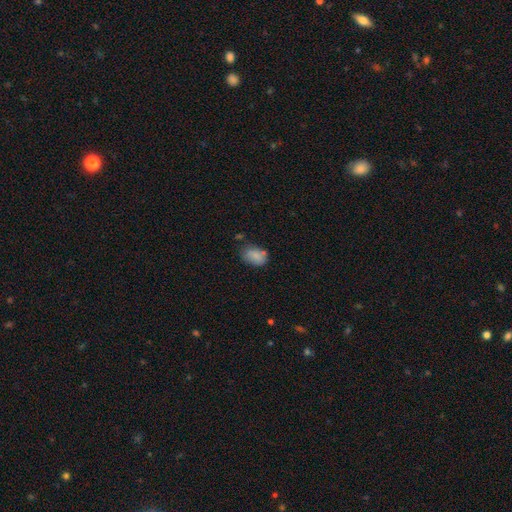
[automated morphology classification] This is clearly a smooth galaxy (82%). How rounded: clearly in between (82%). Merging: possibly none (59%).